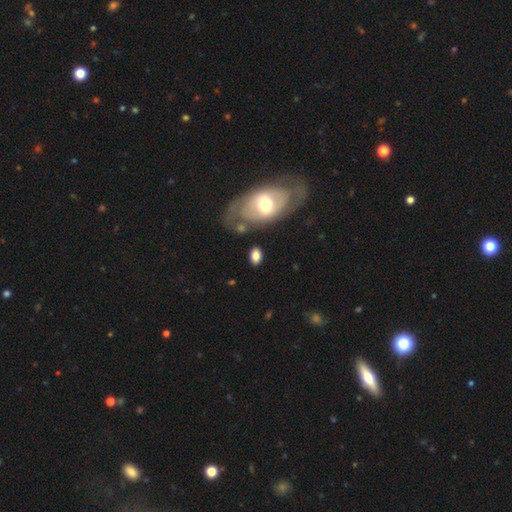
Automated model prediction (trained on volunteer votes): A smooth galaxy with no disk features (77%) that is in between round and cigar-shaped (85%). Merging: none (75%).